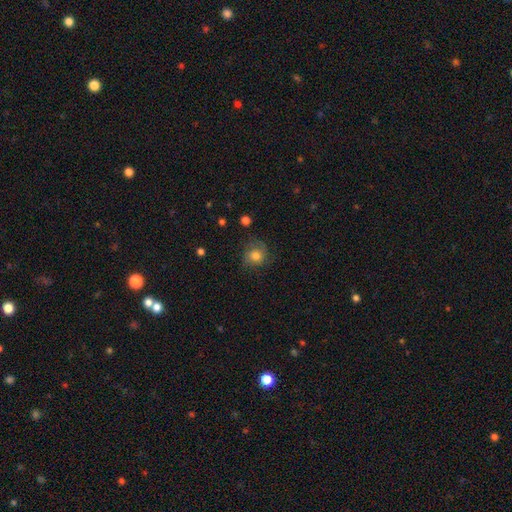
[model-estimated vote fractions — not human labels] The model was most divided on "merging": none: 63%, minor disturbance: 23%, major disturbance: 13%, merger: 2%. More confident: how rounded — round (80%); smooth or featured — smooth (68%).